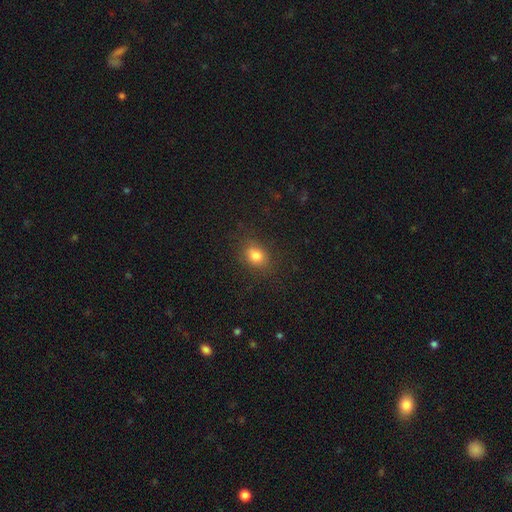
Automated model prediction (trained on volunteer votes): The model was most divided on "how rounded": in between: 61%, round: 37%, cigar-shaped: 2%. More confident: merging — none (81%); smooth or featured — smooth (80%).